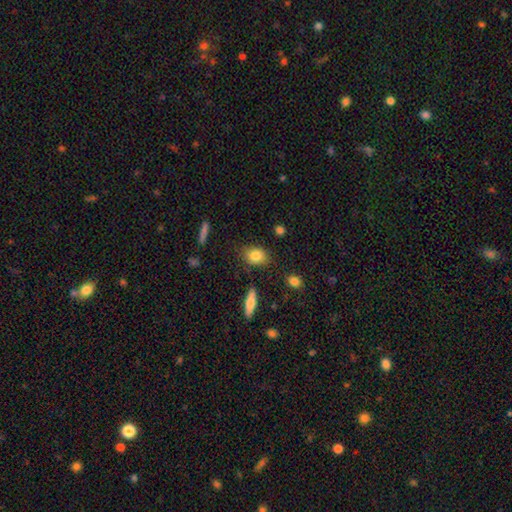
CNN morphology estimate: A smooth galaxy with no disk features (82%) that is in between round and cigar-shaped (69%). Merging: none (80%).